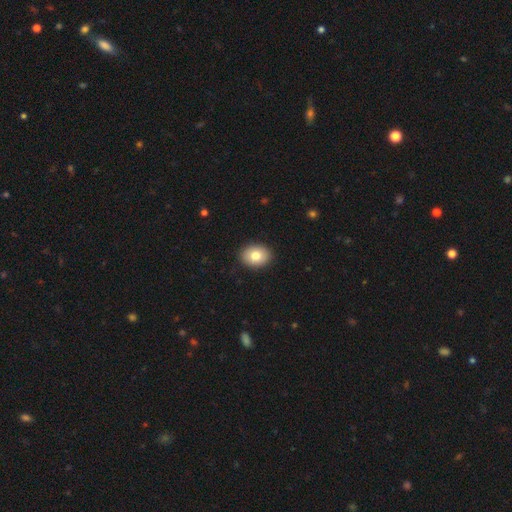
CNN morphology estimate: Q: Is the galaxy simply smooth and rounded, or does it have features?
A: smooth — 81%.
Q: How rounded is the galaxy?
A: in between — 63%.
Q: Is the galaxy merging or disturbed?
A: none — 90%.